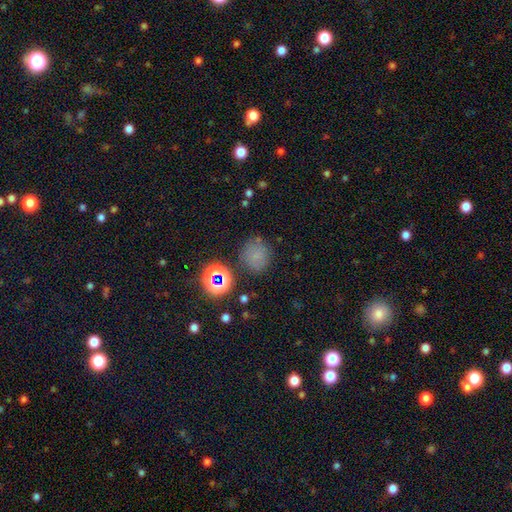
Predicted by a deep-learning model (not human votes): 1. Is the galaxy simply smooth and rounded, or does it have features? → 60% smooth, 30% star or artifact, 10% featured or disk.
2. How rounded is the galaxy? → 78% round, 21% in between, 1% cigar-shaped.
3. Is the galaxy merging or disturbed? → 77% none, 14% minor disturbance, 5% major disturbance, 4% merger.